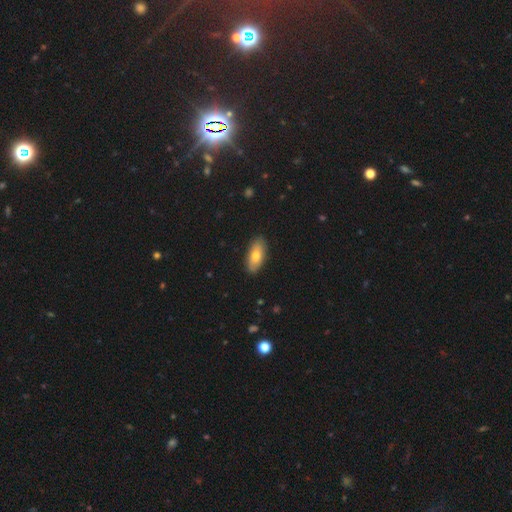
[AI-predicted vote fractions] Overall: smooth (74%). How rounded: in between (87%). Merging: none (88%).